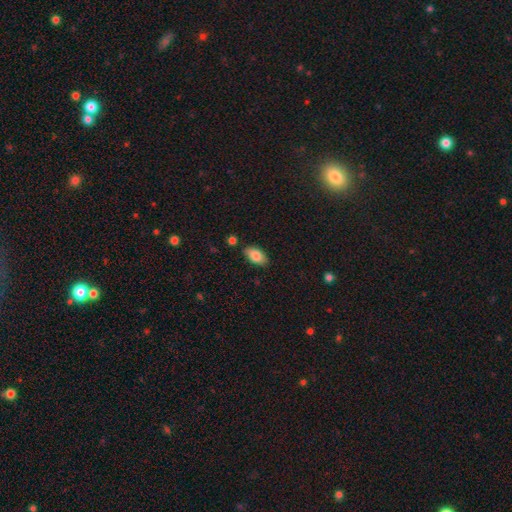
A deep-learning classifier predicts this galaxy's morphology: This is clearly a smooth galaxy (84%). How rounded: clearly in between (93%). Merging: clearly none (84%).